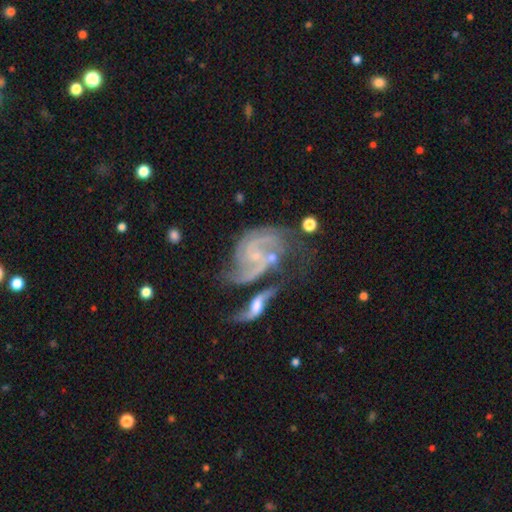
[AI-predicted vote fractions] A featured or disk galaxy (88%) with no bar (54%), 2 (64%) medium (49%) spiral arms (96%) and a small central bulge (76%). Merging: merger (32%, tied with none).